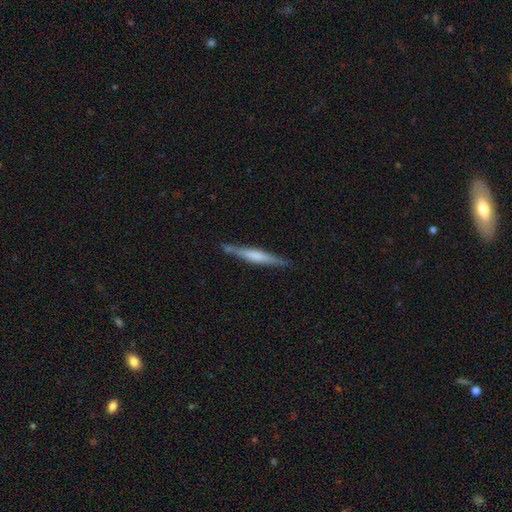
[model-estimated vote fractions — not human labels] This appears to be a featured or disk galaxy (56%) viewed edge-on (97%) with a boxy central bulge (37%). Merging: none (85%).